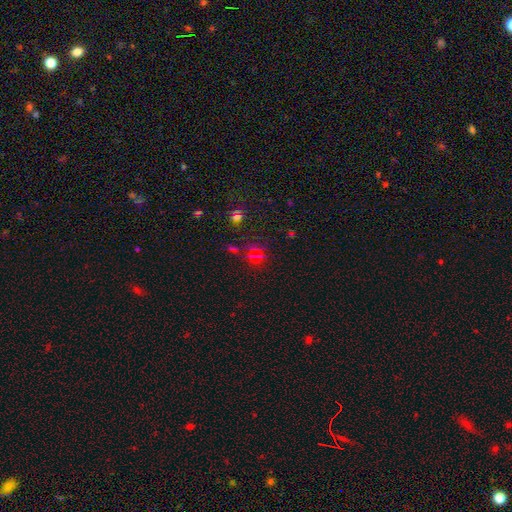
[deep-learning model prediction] A star or artifact, not a galaxy (55%).

Vote fractions:
- Smooth or featured? star or artifact: 55% / smooth: 33% / featured or disk: 12%